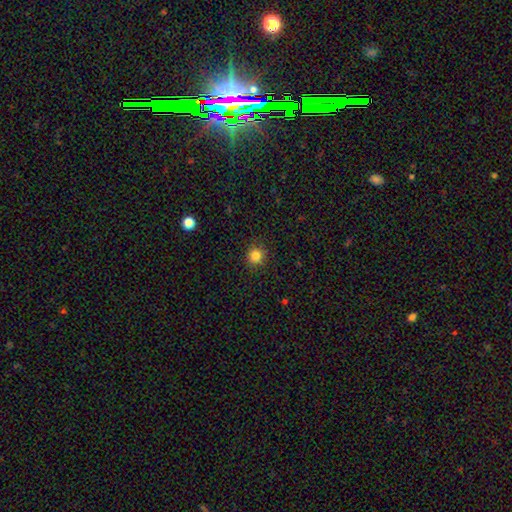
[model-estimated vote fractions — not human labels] Q: Smooth or featured?
A: smooth (82%); runner-up: star or artifact (13%)
Q: How rounded?
A: round (90%); runner-up: in between (9%)
Q: Merging?
A: none (89%); runner-up: minor disturbance (8%)